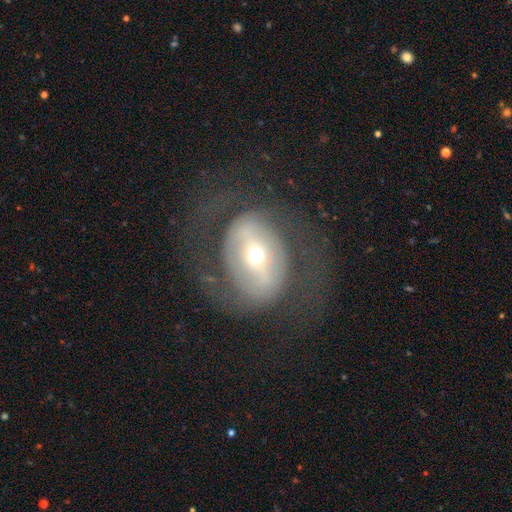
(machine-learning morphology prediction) Smooth or featured? Predicted: featured or disk (p=0.61). Edge-on disk? Predicted: no (p=0.92). Bar? Predicted: no (p=0.39). Spiral arms? Predicted: no (p=0.70). Bulge size? Predicted: moderate (p=0.66). Merging? Predicted: none (p=0.57).